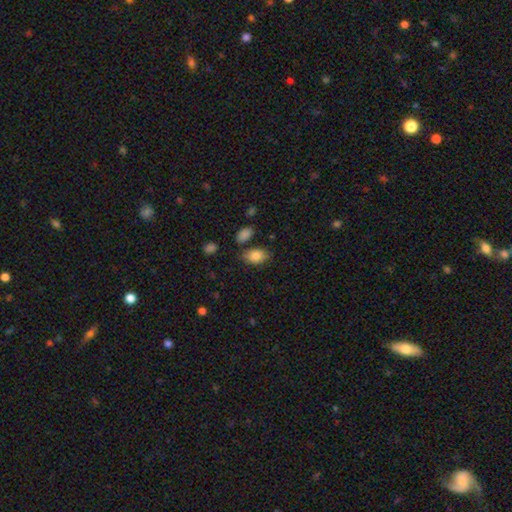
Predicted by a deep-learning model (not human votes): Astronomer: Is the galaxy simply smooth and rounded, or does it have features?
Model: smooth — 84%.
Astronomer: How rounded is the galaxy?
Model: in between — 89%.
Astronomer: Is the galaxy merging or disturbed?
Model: none — 72%.